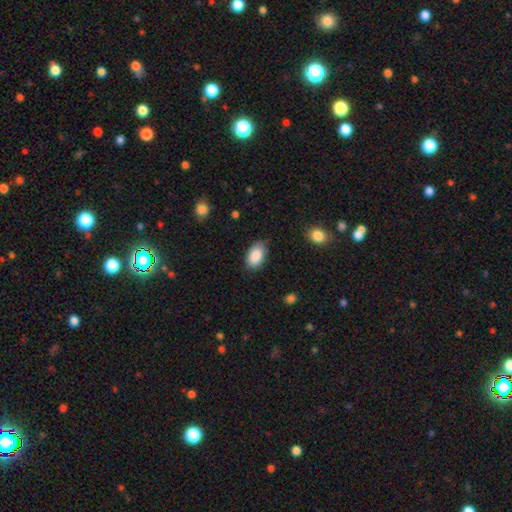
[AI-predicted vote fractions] This appears to be a smooth galaxy with no disk features (88%) that is in between round and cigar-shaped (93%). Merging: none (77%).